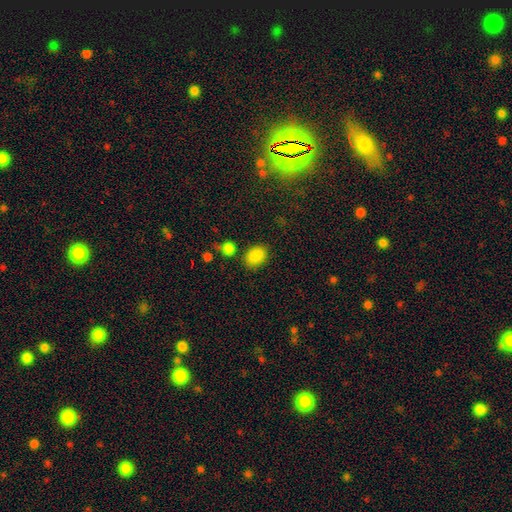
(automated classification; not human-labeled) Morphology: type=smooth (86%); roundness=in between (75%); merging=none (78%).